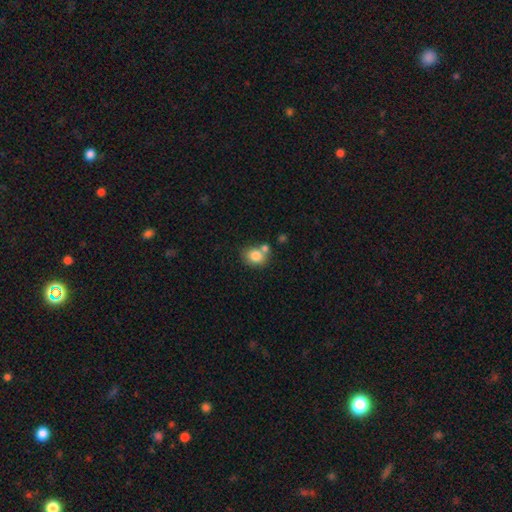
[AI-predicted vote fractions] Smooth or featured?
  - smooth: 81% *
  - star or artifact: 10%
  - featured or disk: 9%
How rounded?
  - round: 62% *
  - in between: 37%
  - cigar-shaped: 1%
Merging?
  - none: 54% *
  - merger: 29%
  - minor disturbance: 13%
  - major disturbance: 4%